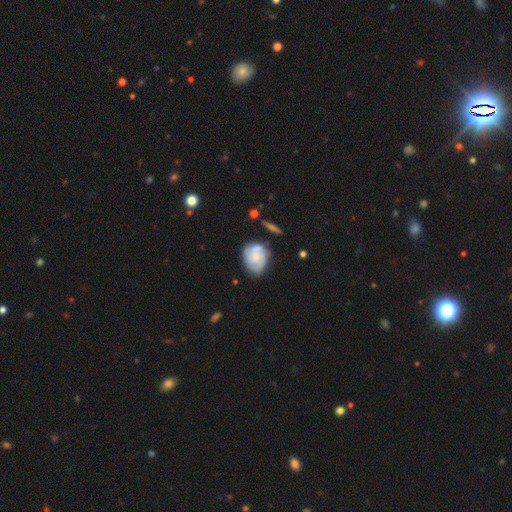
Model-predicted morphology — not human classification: A featured or disk galaxy (53%) with no bar (75%), spiral arms (78%) and a small central bulge (43%).

Vote fractions:
- Smooth or featured? featured or disk: 53% / smooth: 40% / star or artifact: 7%
- Edge-on disk? no: 97% / yes: 3%
- Bar? no: 75% / weak: 22% / strong: 3%
- Spiral arms? yes: 78% / no: 22%
- Bulge size? small: 43% / moderate: 29% / none: 23% / large: 5% / dominant: 2%
- Merging? none: 55% / minor disturbance: 26% / merger: 9% / major disturbance: 9%